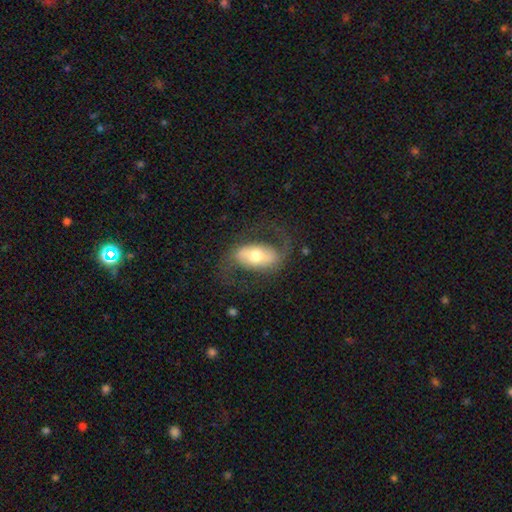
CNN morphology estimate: Smooth or featured? featured or disk (66%)
Edge-on disk? no (93%)
Bar? strong (38%)
Spiral arms? yes (78%)
Bulge size? moderate (67%)
Merging? none (67%)